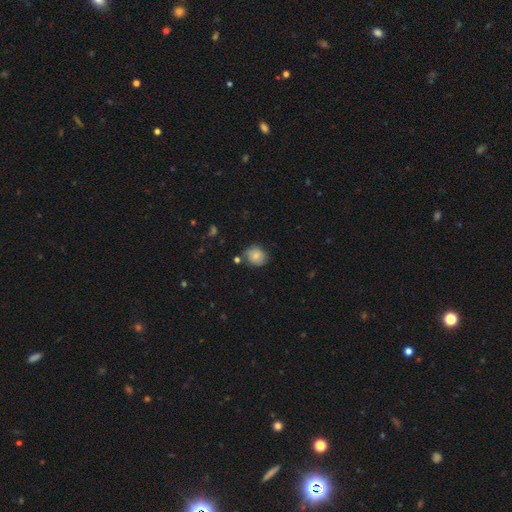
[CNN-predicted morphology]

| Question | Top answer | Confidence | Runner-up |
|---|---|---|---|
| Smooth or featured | smooth | 74% | featured or disk (16%) |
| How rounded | round | 65% | in between (35%) |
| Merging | none | 71% | minor disturbance (19%) |